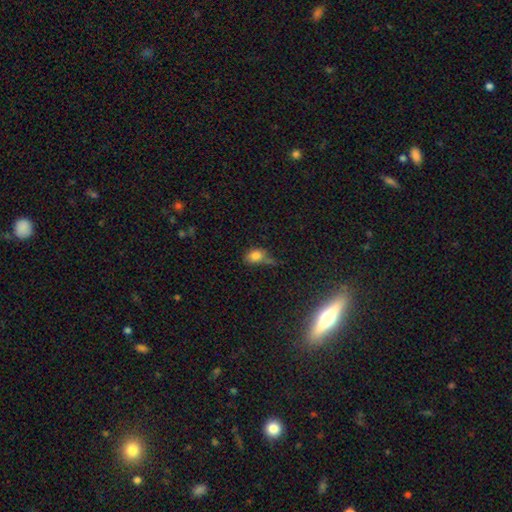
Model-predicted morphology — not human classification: This is likely a smooth galaxy (78%). How rounded: likely in between (65%). Merging: marginally none (40%).